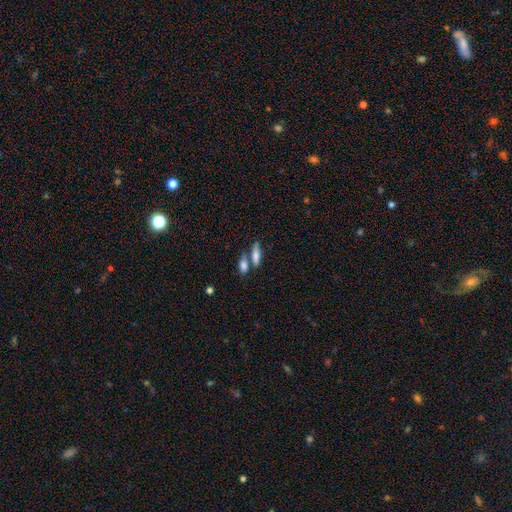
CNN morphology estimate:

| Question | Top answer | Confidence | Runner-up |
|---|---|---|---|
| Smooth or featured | smooth | 71% | featured or disk (21%) |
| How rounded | in between | 49% | cigar-shaped (47%) |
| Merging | none | 52% | merger (33%) |